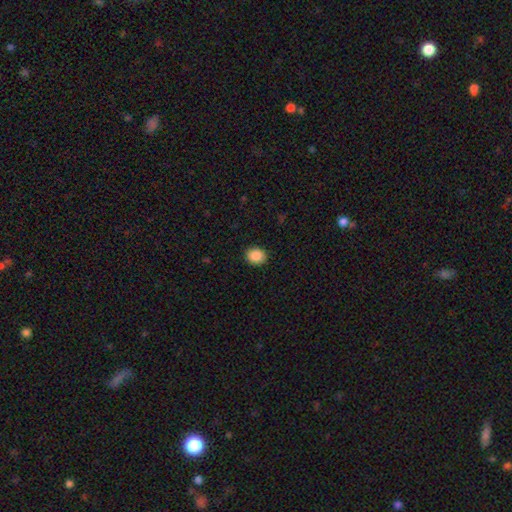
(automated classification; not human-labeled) This appears to be a smooth galaxy with no disk features (88%) that is round (66%). Merging: none (91%).